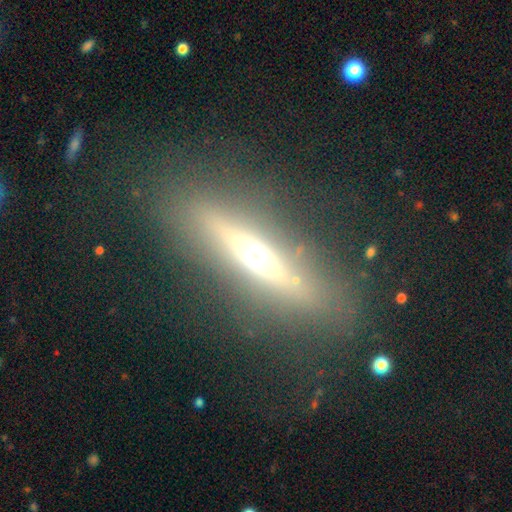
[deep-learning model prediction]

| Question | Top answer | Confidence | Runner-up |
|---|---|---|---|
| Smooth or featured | featured or disk | 59% | smooth (30%) |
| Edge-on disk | yes | 87% | no (13%) |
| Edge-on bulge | rounded | 84% | boxy (10%) |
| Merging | none | 80% | minor disturbance (11%) |